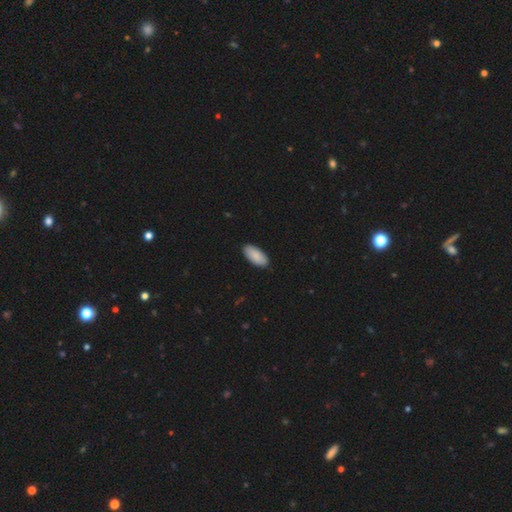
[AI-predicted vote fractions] Morphology: type=smooth (90%); roundness=in between (93%); merging=none (89%).